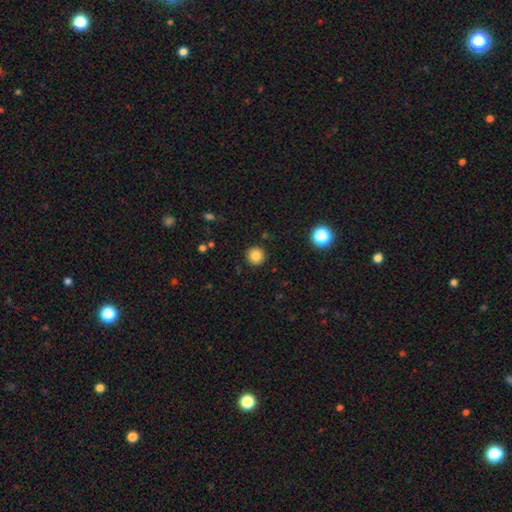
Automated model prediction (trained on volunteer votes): Overall: smooth (84%). How rounded: round (95%). Merging: none (92%).